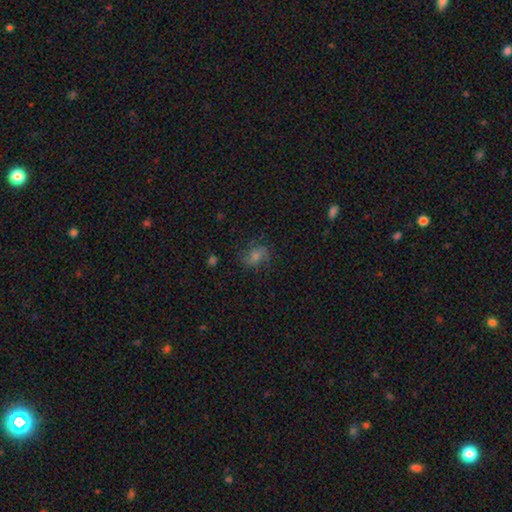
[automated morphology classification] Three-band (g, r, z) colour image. It shows a featured or disk galaxy (42%). Merging: none (73%).